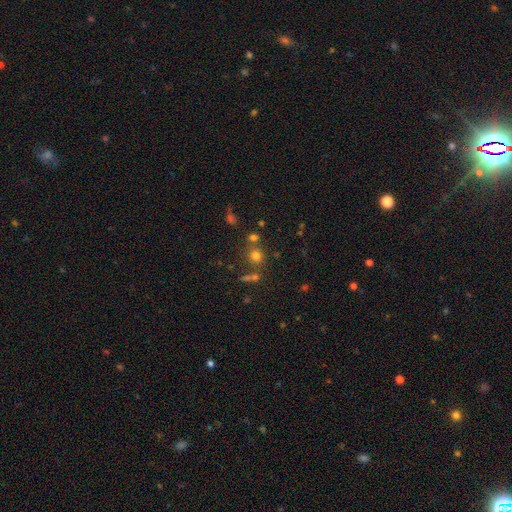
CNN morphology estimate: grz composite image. It shows a smooth galaxy with no disk features (71%) that is round (86%). Merging: none (68%).